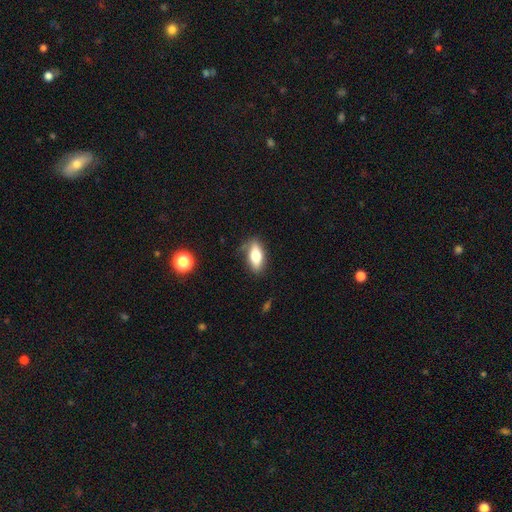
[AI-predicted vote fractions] Q: Smooth or featured?
A: smooth (72%); runner-up: featured or disk (21%)
Q: How rounded?
A: in between (78%); runner-up: cigar-shaped (18%)
Q: Merging?
A: none (77%); runner-up: minor disturbance (17%)